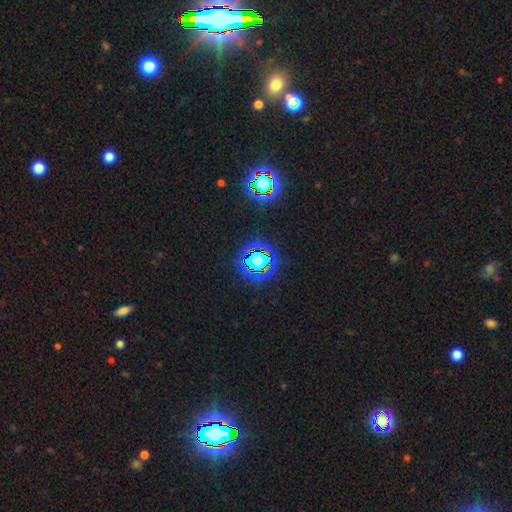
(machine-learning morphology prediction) This is likely a star or artifact rather than a galaxy (79%).